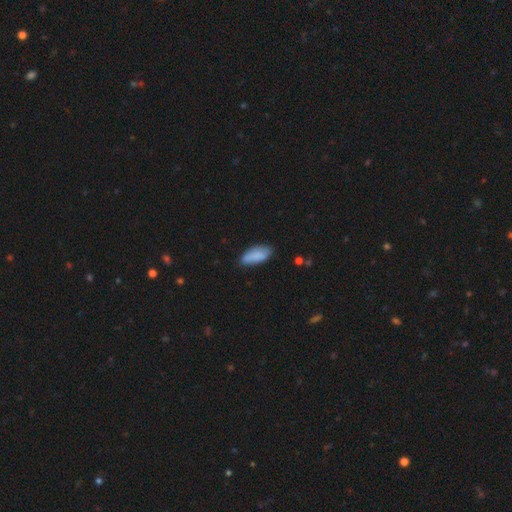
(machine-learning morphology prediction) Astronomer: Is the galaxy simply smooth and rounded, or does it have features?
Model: smooth — 86%.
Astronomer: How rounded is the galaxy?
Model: in between — 84%.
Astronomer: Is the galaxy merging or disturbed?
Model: none — 72%.